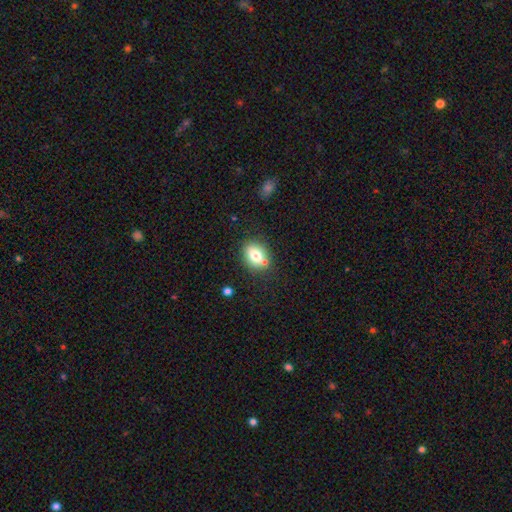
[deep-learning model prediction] Smooth or featured? Predicted: smooth (p=0.77). How rounded? Predicted: in between (p=0.53). Merging? Predicted: none (p=0.72).